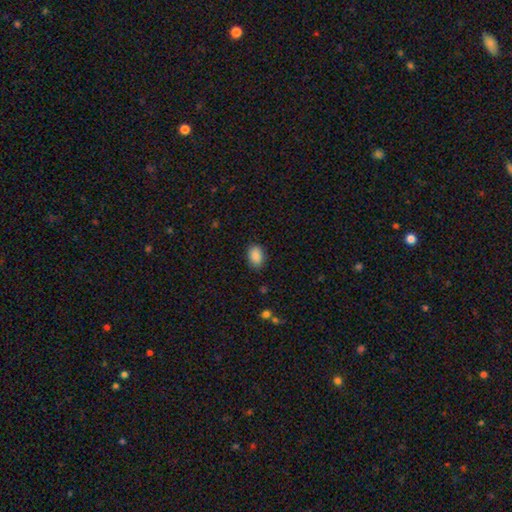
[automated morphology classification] A smooth galaxy with no disk features (89%) that is in between round and cigar-shaped (82%).

Vote fractions:
- Smooth or featured? smooth: 89% / star or artifact: 8% / featured or disk: 3%
- How rounded? in between: 82% / round: 17% / cigar-shaped: 1%
- Merging? none: 84% / minor disturbance: 12% / major disturbance: 3% / merger: 1%